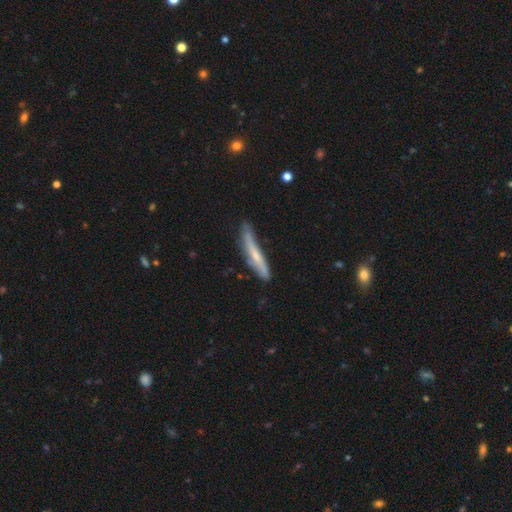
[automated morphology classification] Q: Smooth or featured?
A: featured or disk (48%); runner-up: smooth (46%)
Q: Merging?
A: none (59%); runner-up: minor disturbance (30%)